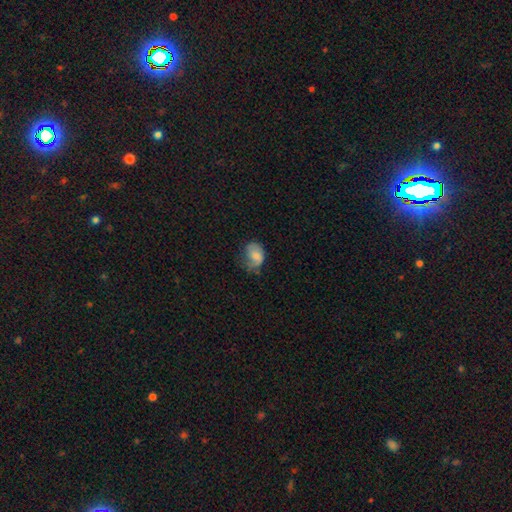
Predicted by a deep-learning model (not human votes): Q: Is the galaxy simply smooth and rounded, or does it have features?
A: smooth — 63%.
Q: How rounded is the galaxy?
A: in between — 68%.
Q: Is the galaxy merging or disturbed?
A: none — 37%, tied with minor disturbance.